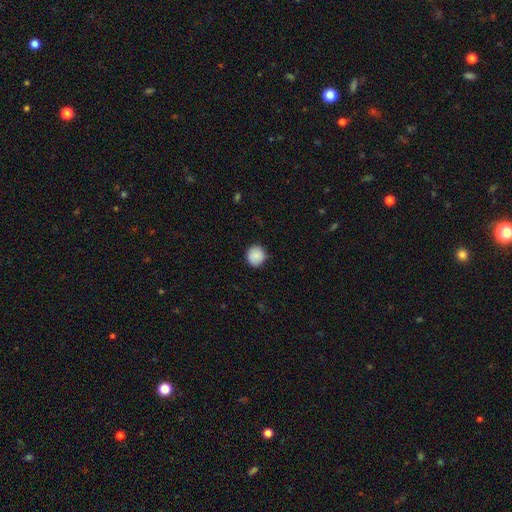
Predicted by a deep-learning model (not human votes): Smooth or featured: smooth — 88% (star or artifact — 8%)
How rounded: round — 94% (in between — 5%)
Merging: none — 89% (minor disturbance — 8%)